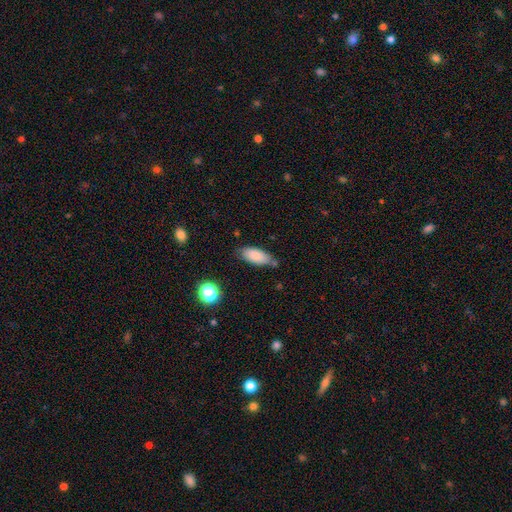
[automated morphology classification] Smooth or featured? Predicted: smooth (p=0.85). How rounded? Predicted: in between (p=0.85). Merging? Predicted: none (p=0.68).